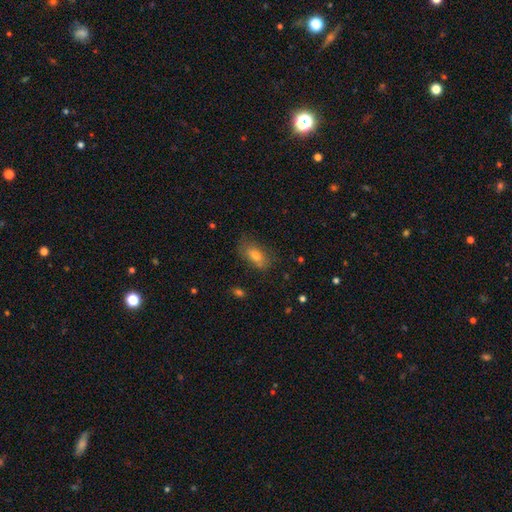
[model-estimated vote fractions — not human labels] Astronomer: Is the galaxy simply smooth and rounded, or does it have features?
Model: smooth — 70%.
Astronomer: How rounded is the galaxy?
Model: in between — 84%.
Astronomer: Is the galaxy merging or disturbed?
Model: none — 67%.